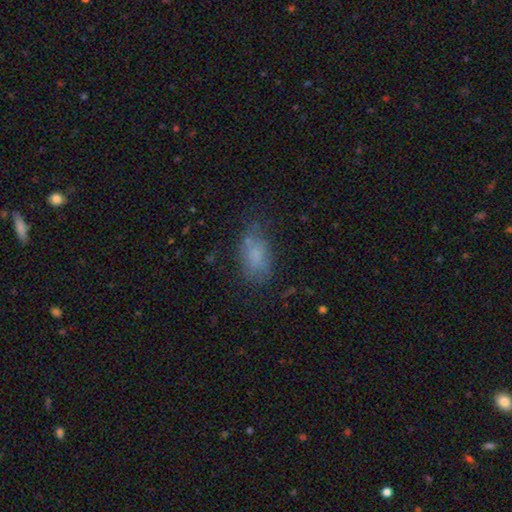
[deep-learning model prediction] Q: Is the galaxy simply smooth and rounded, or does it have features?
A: smooth — 73%.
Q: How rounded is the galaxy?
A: in between — 88%.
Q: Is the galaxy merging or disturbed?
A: none — 57%.